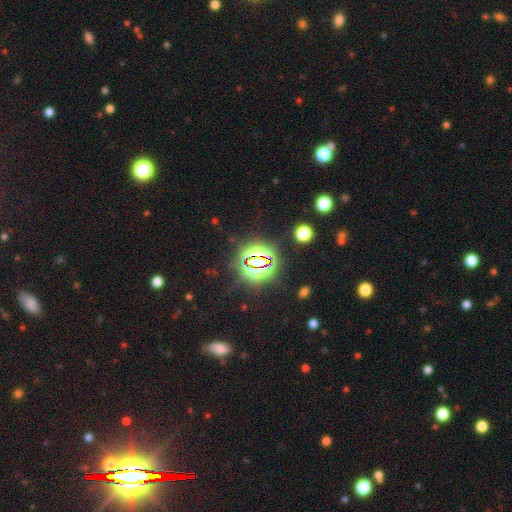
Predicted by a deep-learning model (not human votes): This is clearly a star or artifact rather than a galaxy (81%).